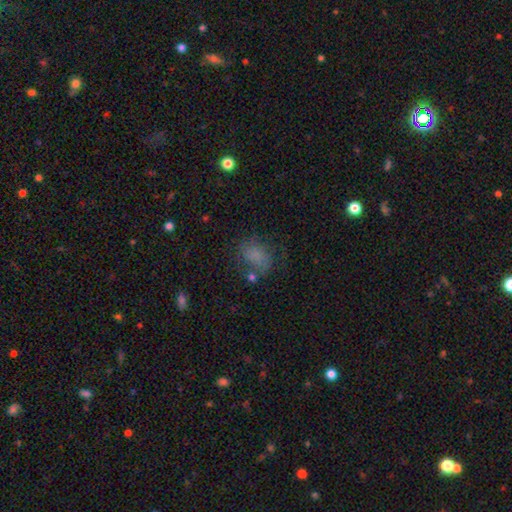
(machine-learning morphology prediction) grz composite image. It shows a smooth galaxy with no disk features (69%) that is in between round and cigar-shaped (70%). Merging: none (54%).